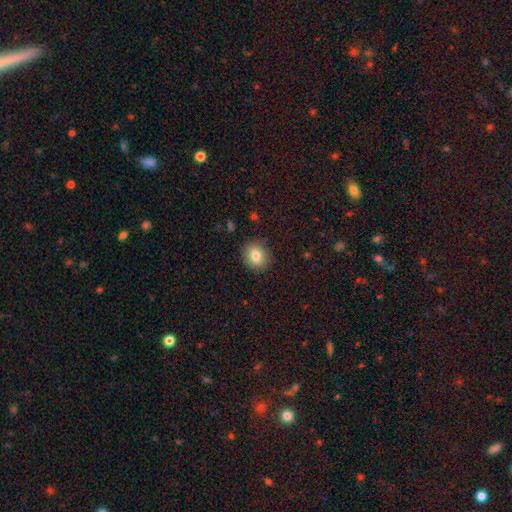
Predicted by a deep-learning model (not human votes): smooth-or-featured: smooth: 82% | star or artifact: 10% | featured or disk: 8%
  how-rounded: round: 74% | in between: 25% | cigar-shaped: 1%
  merging: none: 89% | minor disturbance: 8% | major disturbance: 2% | merger: 1%